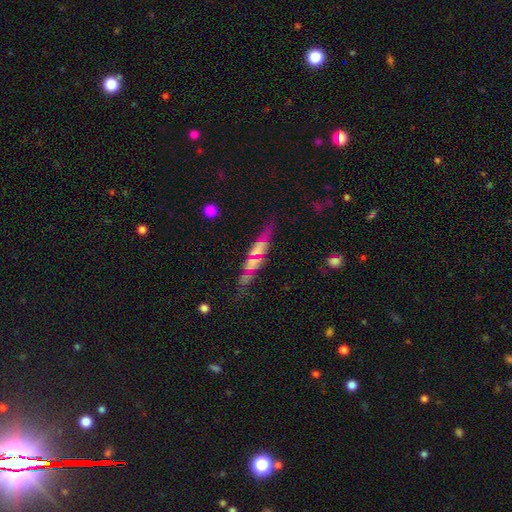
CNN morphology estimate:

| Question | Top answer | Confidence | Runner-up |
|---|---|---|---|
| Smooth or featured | featured or disk | 55% | smooth (31%) |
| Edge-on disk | yes | 75% | no (25%) |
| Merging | none | 68% | minor disturbance (18%) |